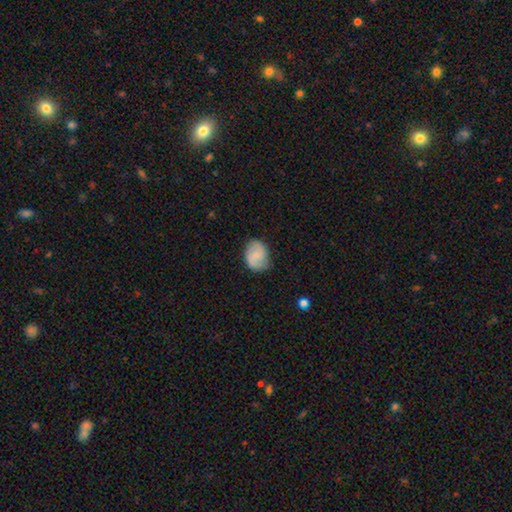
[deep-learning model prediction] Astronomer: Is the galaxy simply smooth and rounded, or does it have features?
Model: featured or disk — 49% (runner-up: smooth, 43%).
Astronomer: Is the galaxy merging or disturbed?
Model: none — 76%.